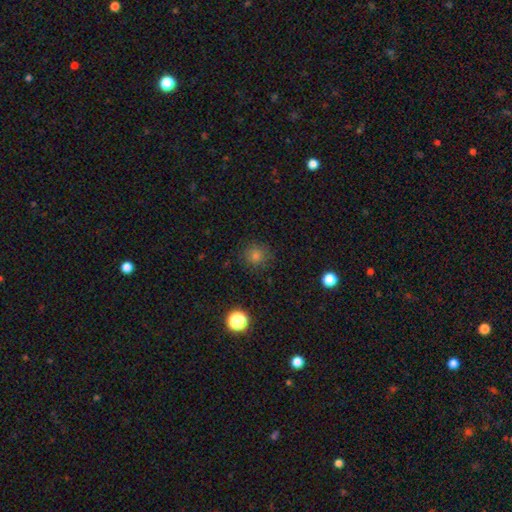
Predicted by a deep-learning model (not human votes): smooth-or-featured: smooth: 75% | star or artifact: 19% | featured or disk: 6%
  how-rounded: round: 93% | in between: 6% | cigar-shaped: 1%
  merging: none: 88% | minor disturbance: 8% | major disturbance: 2% | merger: 1%